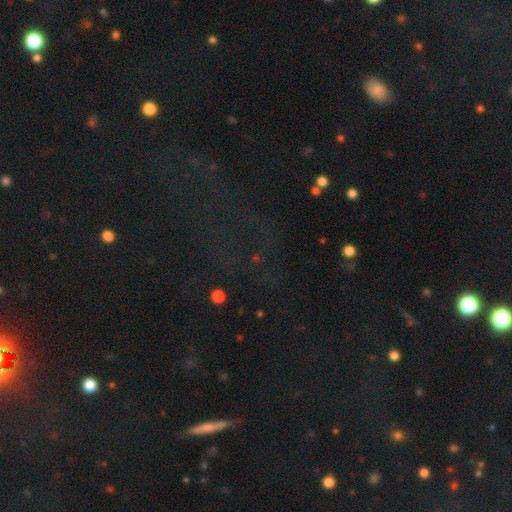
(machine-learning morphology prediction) Smooth or featured? Predicted: star or artifact (p=0.68).